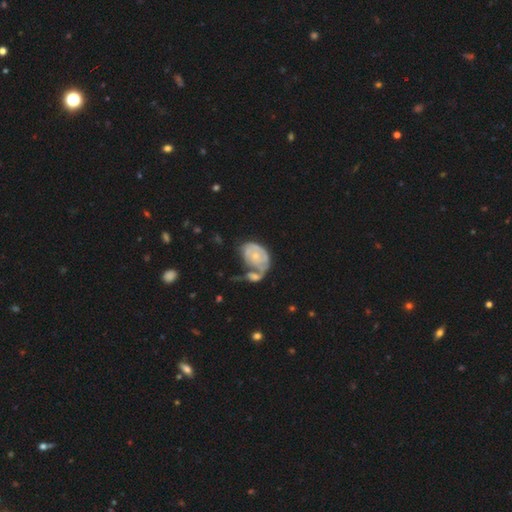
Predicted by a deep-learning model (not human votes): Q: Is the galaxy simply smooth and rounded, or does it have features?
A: featured or disk — 61%.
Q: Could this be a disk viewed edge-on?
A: no — 96%.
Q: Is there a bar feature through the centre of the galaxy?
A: no — 84%.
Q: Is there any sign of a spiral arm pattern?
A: yes — 56%.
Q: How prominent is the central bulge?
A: small — 59%.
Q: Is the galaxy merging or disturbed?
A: merger — 42%.